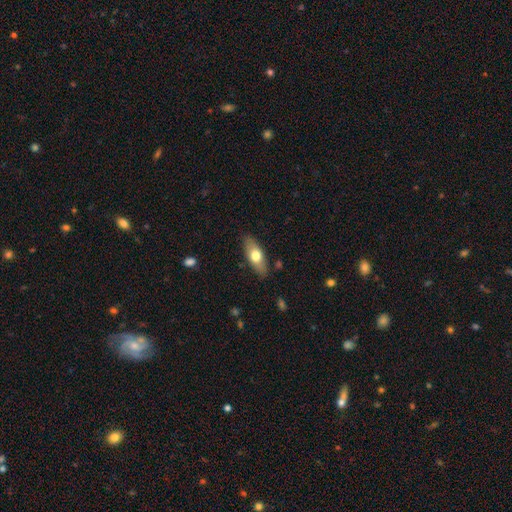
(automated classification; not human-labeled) smooth 65%, featured or disk 29%, star or artifact 6%. Down the decision tree: how rounded — in between (73%); merging — none (86%).